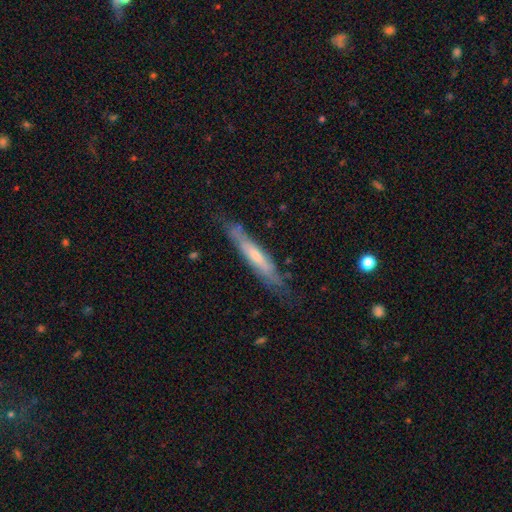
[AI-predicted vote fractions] Smooth or featured? featured or disk (55%)
Edge-on disk? yes (78%)
Merging? none (75%)